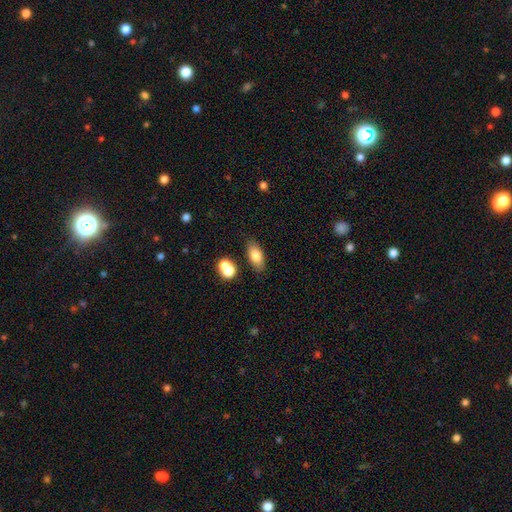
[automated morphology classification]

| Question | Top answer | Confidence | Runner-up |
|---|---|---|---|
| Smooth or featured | smooth | 78% | featured or disk (14%) |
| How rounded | in between | 85% | cigar-shaped (10%) |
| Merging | none | 76% | minor disturbance (12%) |